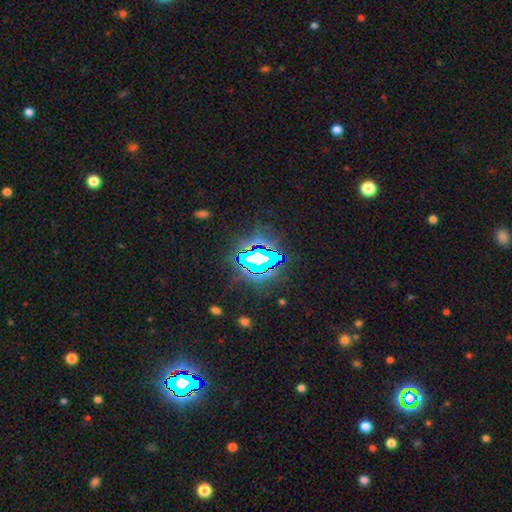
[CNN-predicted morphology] A star or artifact, not a galaxy (76%).